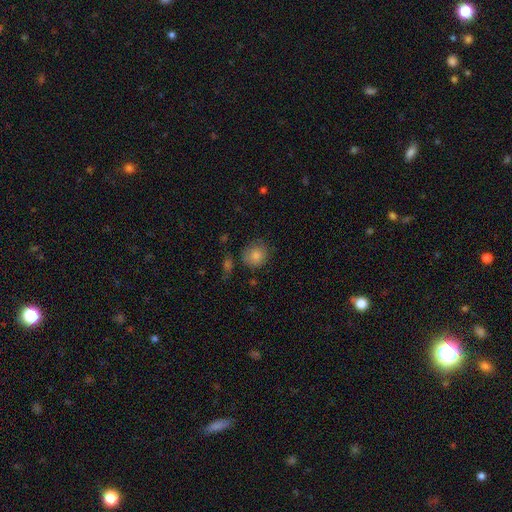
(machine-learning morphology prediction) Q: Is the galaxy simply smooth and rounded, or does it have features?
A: smooth — 83%.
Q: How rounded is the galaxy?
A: round — 86%.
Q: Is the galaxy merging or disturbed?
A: none — 76%.